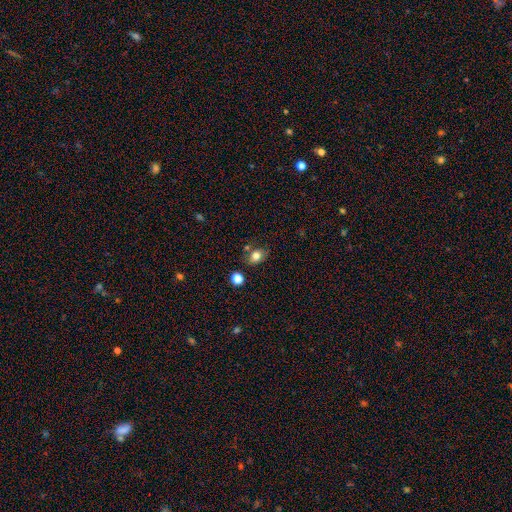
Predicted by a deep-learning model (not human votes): smooth_or_featured: smooth (p=0.77) [alt: featured or disk p=0.12]
how_rounded: in between (p=0.66) [alt: round p=0.32]
merging: none (p=0.71) [alt: minor disturbance p=0.16]